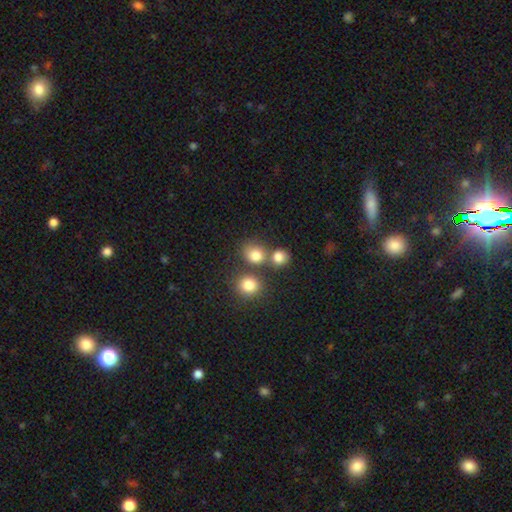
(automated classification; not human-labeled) A smooth galaxy with no disk features (79%) that is round (77%). Merging: none (58%).